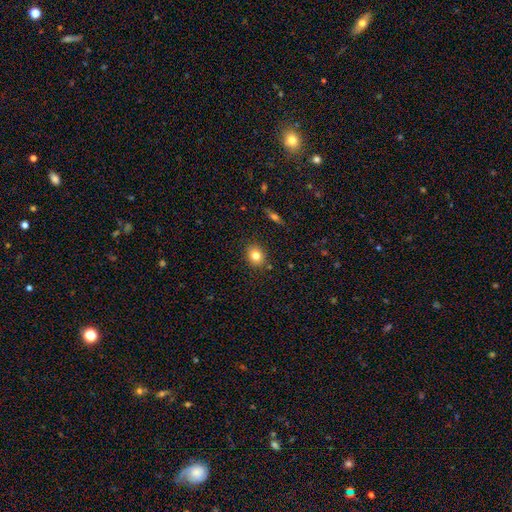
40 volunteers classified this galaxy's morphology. smooth-or-featured: smooth: 78% | star or artifact: 12% | featured or disk: 10%
  how-rounded: round: 74% | in between: 26% | cigar-shaped: 0%
  merging: none: 89% | minor disturbance: 9% | merger: 3% | major disturbance: 0%